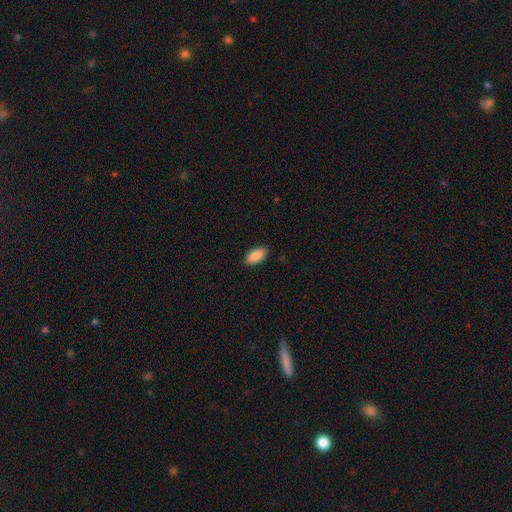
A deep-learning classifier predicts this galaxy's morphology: This is clearly a smooth galaxy (89%). How rounded: clearly in between (94%). Merging: clearly none (88%).